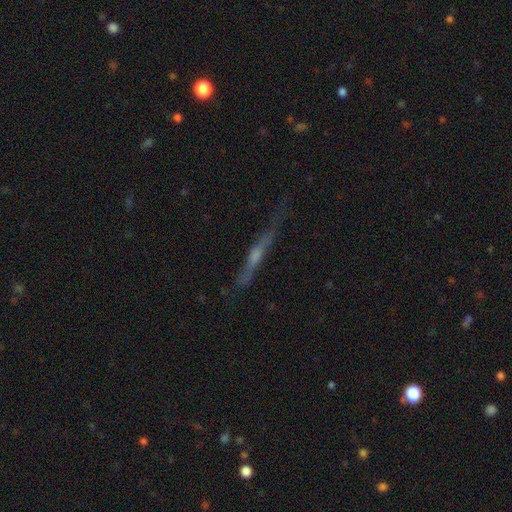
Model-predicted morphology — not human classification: Smooth or featured? Predicted: featured or disk (p=0.63). Edge-on disk? Predicted: yes (p=0.92). Edge-on bulge? Predicted: rounded (p=0.56). Merging? Predicted: none (p=0.67).